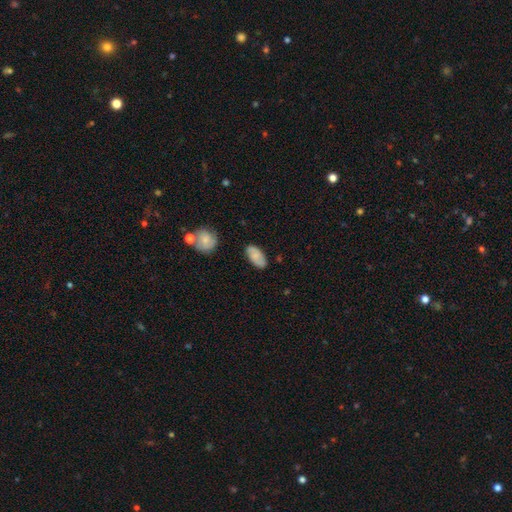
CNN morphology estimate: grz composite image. It shows a smooth galaxy with no disk features (75%) that is in between round and cigar-shaped (93%). Merging: none (81%).